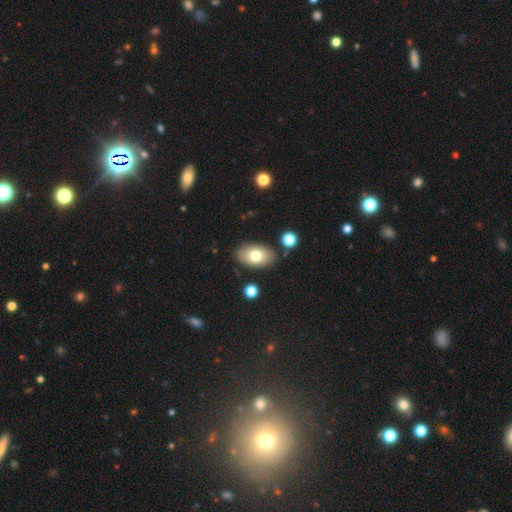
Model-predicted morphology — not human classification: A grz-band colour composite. It shows a smooth galaxy with no disk features (74%) that is in between round and cigar-shaped (91%). Merging: none (84%).